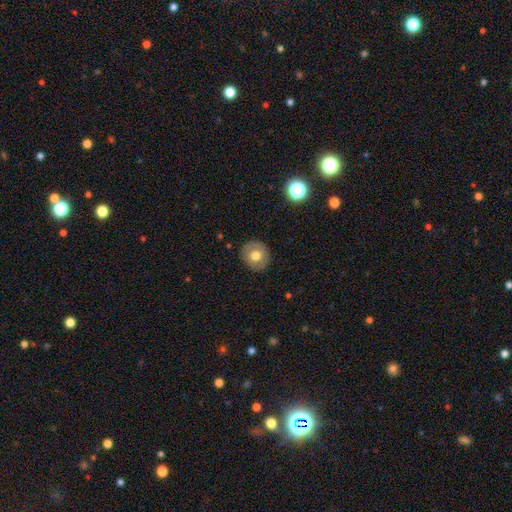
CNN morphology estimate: Smooth or featured?
  - smooth: 71% *
  - featured or disk: 20%
  - star or artifact: 9%
How rounded?
  - round: 86% *
  - in between: 13%
  - cigar-shaped: 1%
Merging?
  - none: 88% *
  - minor disturbance: 8%
  - major disturbance: 2%
  - merger: 1%